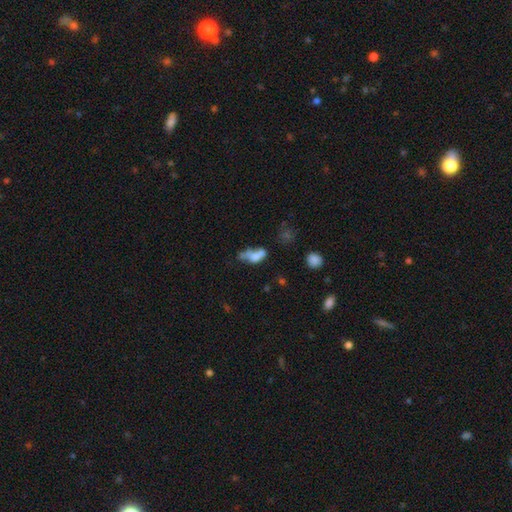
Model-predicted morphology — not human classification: A smooth galaxy with no disk features (57%) that is in between round and cigar-shaped (75%).

Vote fractions:
- Smooth or featured? smooth: 57% / featured or disk: 31% / star or artifact: 12%
- How rounded? in between: 75% / cigar-shaped: 16% / round: 9%
- Merging? merger: 38% / none: 24% / major disturbance: 20% / minor disturbance: 17%